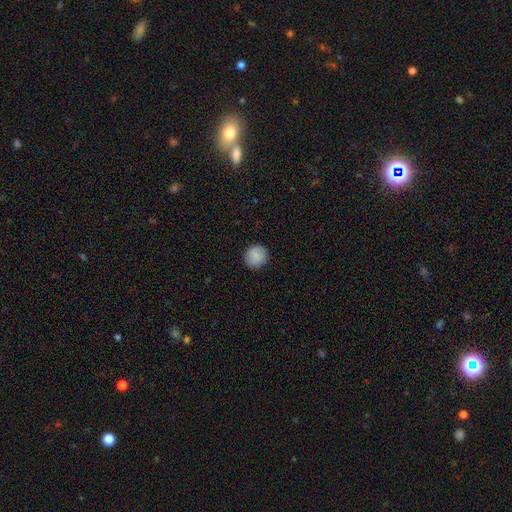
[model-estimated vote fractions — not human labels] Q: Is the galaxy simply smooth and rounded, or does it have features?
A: smooth — 86%.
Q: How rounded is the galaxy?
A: round — 92%.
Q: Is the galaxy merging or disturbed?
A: none — 91%.